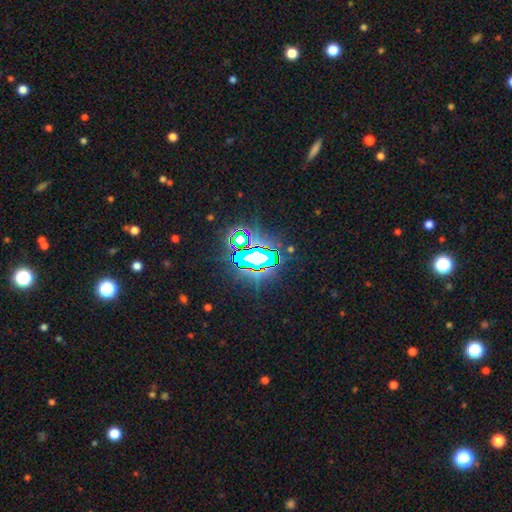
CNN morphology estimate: Smooth or featured?
  - star or artifact: 77% *
  - smooth: 12%
  - featured or disk: 11%